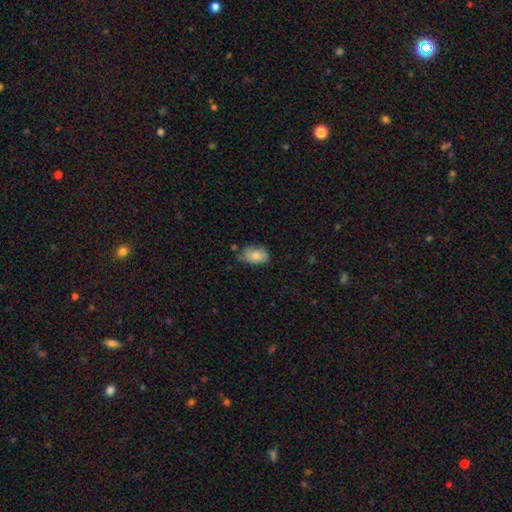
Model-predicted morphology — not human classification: A smooth galaxy with no disk features (81%) that is in between round and cigar-shaped (89%).

Vote fractions:
- Smooth or featured? smooth: 81% / featured or disk: 12% / star or artifact: 7%
- How rounded? in between: 89% / round: 9% / cigar-shaped: 1%
- Merging? none: 56% / minor disturbance: 33% / major disturbance: 7% / merger: 4%